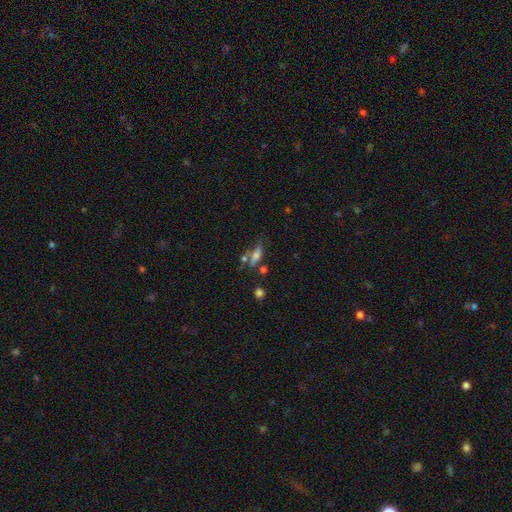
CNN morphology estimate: smooth_or_featured: smooth (p=0.54) [alt: featured or disk p=0.33]
how_rounded: in between (p=0.52) [alt: cigar-shaped p=0.43]
merging: none (p=0.48) [alt: merger p=0.22]